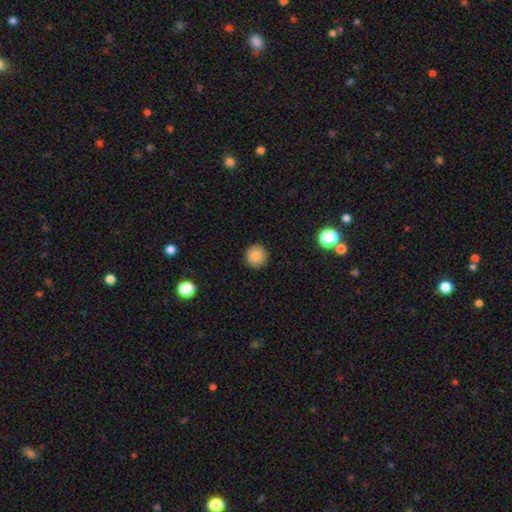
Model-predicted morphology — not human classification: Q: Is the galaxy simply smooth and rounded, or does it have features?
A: smooth — 85%.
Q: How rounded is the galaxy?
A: round — 95%.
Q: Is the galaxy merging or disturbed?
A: none — 92%.